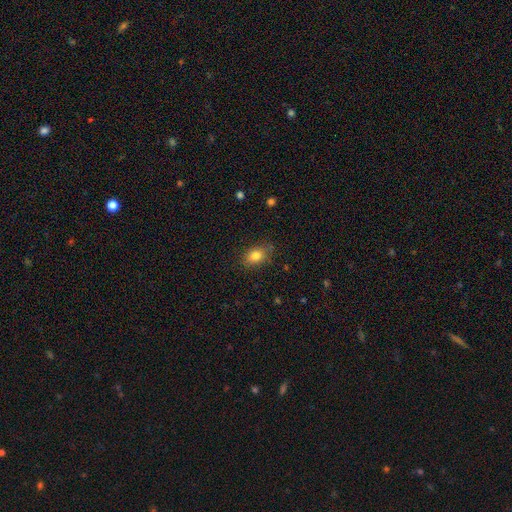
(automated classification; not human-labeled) Smooth or featured? smooth (82%)
How rounded? in between (76%)
Merging? none (82%)